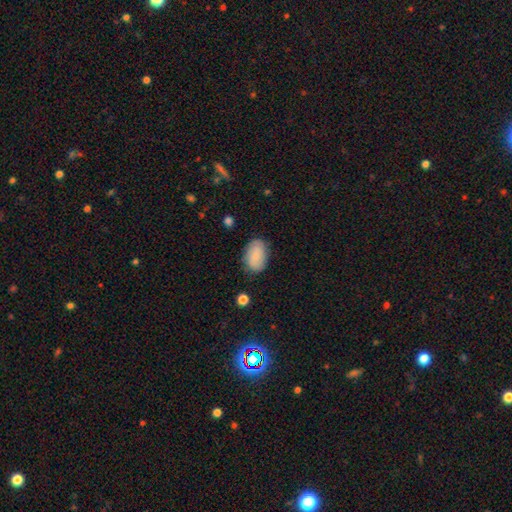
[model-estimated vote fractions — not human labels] A smooth galaxy with no disk features (76%) that is in between round and cigar-shaped (89%).

Vote fractions:
- Smooth or featured? smooth: 76% / featured or disk: 16% / star or artifact: 8%
- How rounded? in between: 89% / round: 10% / cigar-shaped: 1%
- Merging? none: 78% / minor disturbance: 17% / major disturbance: 4% / merger: 1%